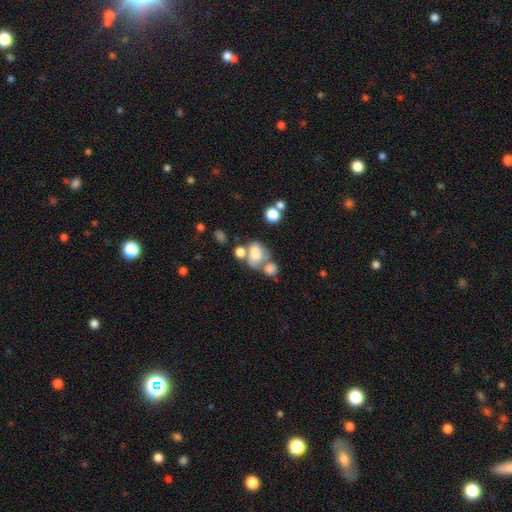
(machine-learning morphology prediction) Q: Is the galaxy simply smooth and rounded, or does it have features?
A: smooth — 59%.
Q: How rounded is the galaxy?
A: in between — 60%.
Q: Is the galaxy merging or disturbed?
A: merger — 49%.